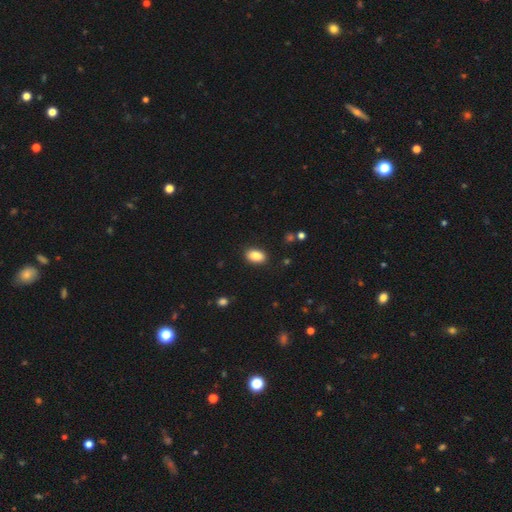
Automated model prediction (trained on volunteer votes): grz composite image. It shows a smooth galaxy with no disk features (87%) that is in between round and cigar-shaped (89%). Merging: none (88%).